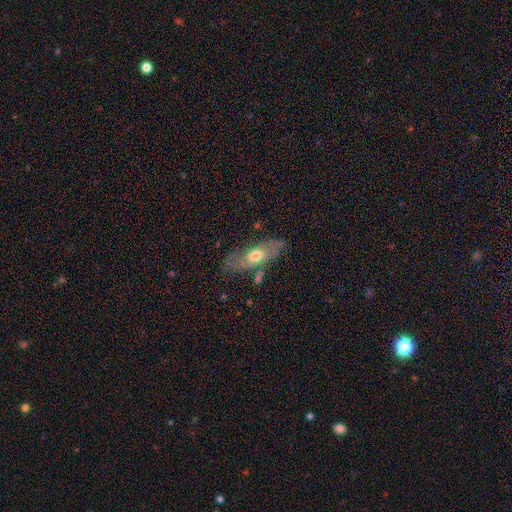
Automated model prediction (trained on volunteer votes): Smooth or featured? Predicted: smooth (p=0.49). Merging? Predicted: none (p=0.69).